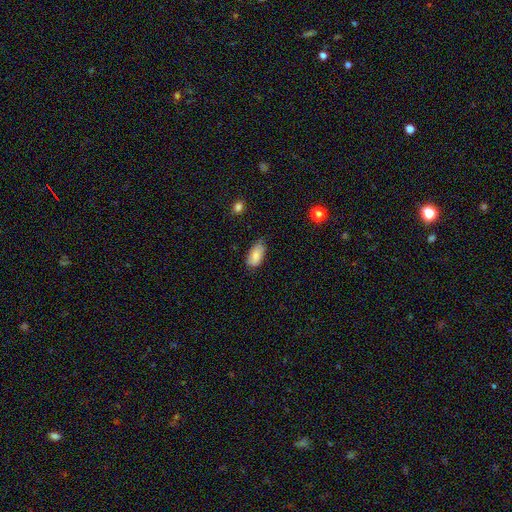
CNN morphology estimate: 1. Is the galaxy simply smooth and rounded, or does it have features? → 85% smooth, 8% featured or disk, 7% star or artifact.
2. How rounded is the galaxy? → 93% in between, 4% cigar-shaped, 3% round.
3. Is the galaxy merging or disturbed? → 61% none, 33% minor disturbance, 5% major disturbance, 1% merger.